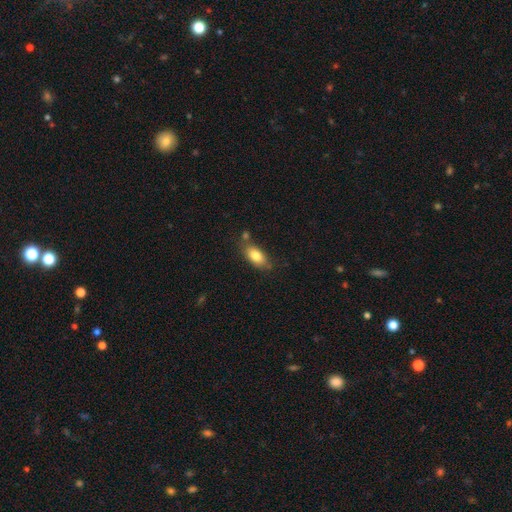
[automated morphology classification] Overall: smooth (81%). How rounded: in between (87%). Merging: none (67%).